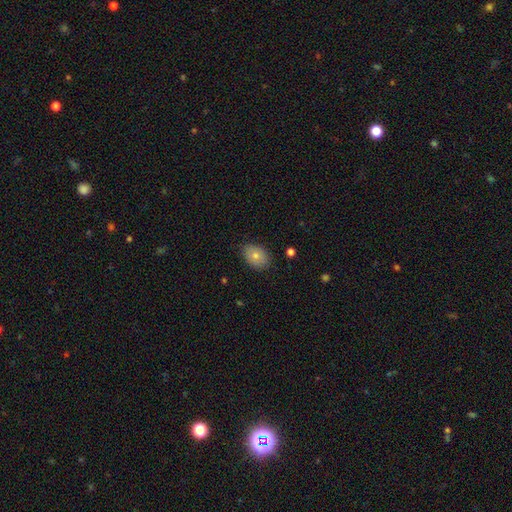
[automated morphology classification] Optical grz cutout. It shows a smooth galaxy with no disk features (76%) that is in between round and cigar-shaped (76%). Merging: none (81%).